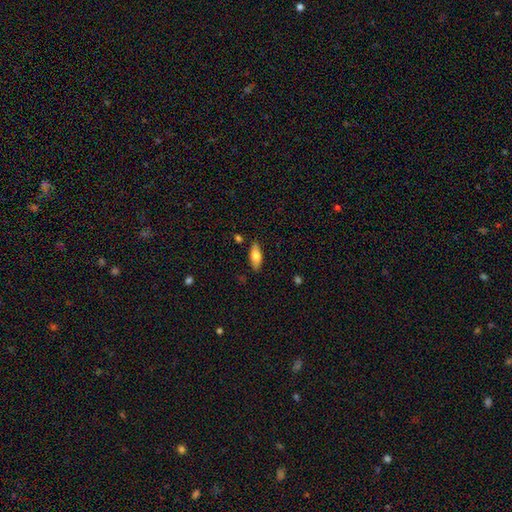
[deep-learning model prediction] Smooth or featured? smooth (71%)
How rounded? in between (74%)
Merging? none (84%)